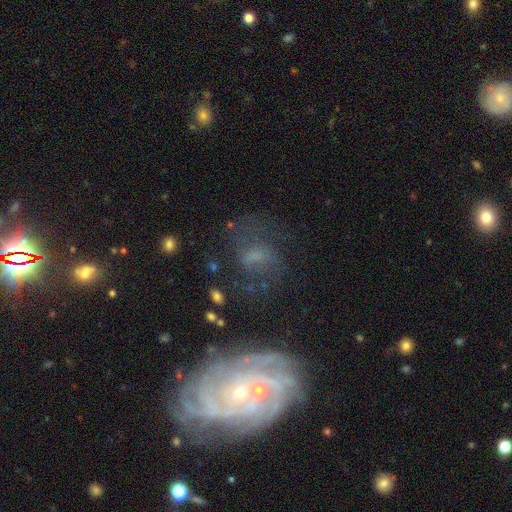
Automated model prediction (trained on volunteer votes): Smooth or featured?
  - featured or disk: 47% *
  - smooth: 33%
  - star or artifact: 20%
Merging?
  - none: 56% *
  - major disturbance: 20%
  - minor disturbance: 19%
  - merger: 5%